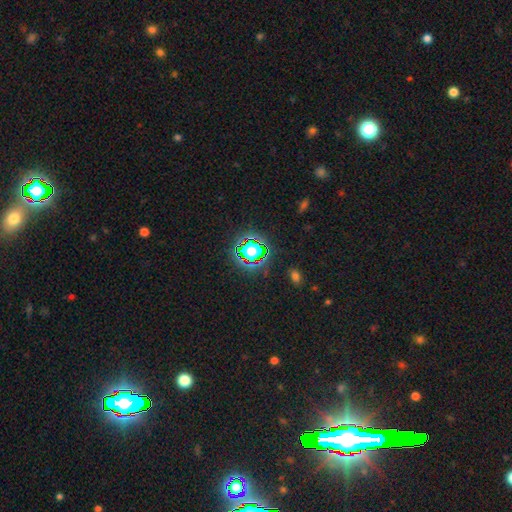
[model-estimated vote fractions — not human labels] Smooth or featured?
  - star or artifact: 76% *
  - smooth: 16%
  - featured or disk: 9%